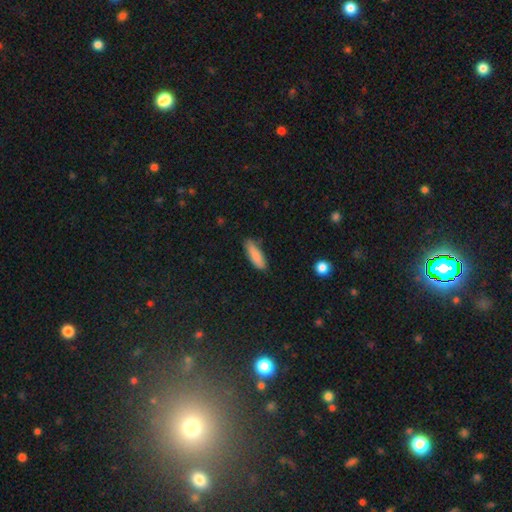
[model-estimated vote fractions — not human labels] smooth_or_featured: smooth (p=0.85) [alt: featured or disk p=0.08]
how_rounded: cigar-shaped (p=0.50) [alt: in between p=0.48]
merging: none (p=0.82) [alt: minor disturbance p=0.14]